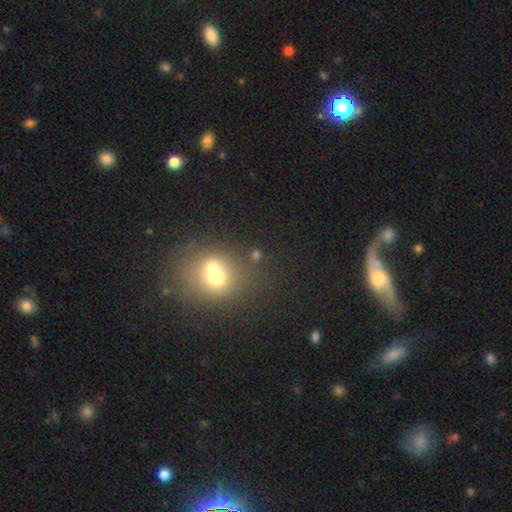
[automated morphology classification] A smooth galaxy with no disk features (62%) that is round (68%).

Vote fractions:
- Smooth or featured? smooth: 62% / star or artifact: 20% / featured or disk: 18%
- How rounded? round: 68% / in between: 31% / cigar-shaped: 2%
- Merging? none: 43% / merger: 42% / minor disturbance: 9% / major disturbance: 5%